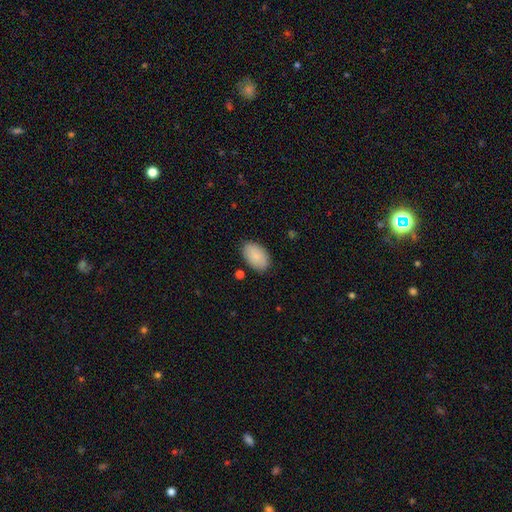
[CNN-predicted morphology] The model was most divided on "merging": none: 85%, minor disturbance: 11%, major disturbance: 2%, merger: 2%. More confident: how rounded — in between (93%); smooth or featured — smooth (85%).